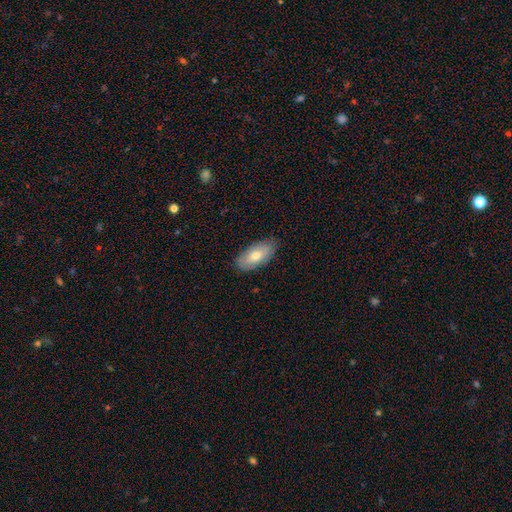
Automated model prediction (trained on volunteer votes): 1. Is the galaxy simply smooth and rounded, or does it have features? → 70% smooth, 24% featured or disk, 6% star or artifact.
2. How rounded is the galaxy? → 92% in between, 6% cigar-shaped, 3% round.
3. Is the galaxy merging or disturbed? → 84% none, 13% minor disturbance, 2% major disturbance, 1% merger.